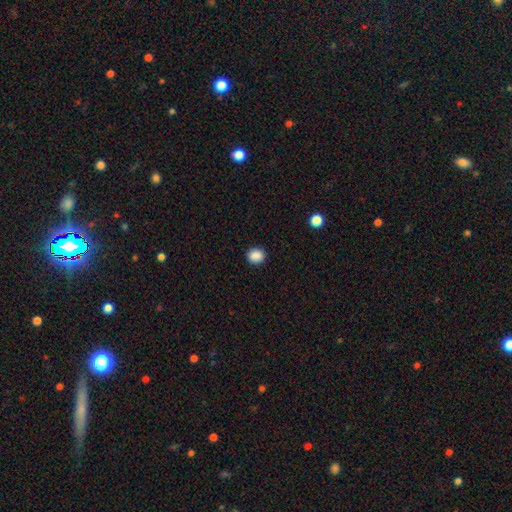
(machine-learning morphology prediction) Smooth or featured: smooth — 88% (star or artifact — 9%)
How rounded: round — 78% (in between — 21%)
Merging: none — 90% (minor disturbance — 7%)